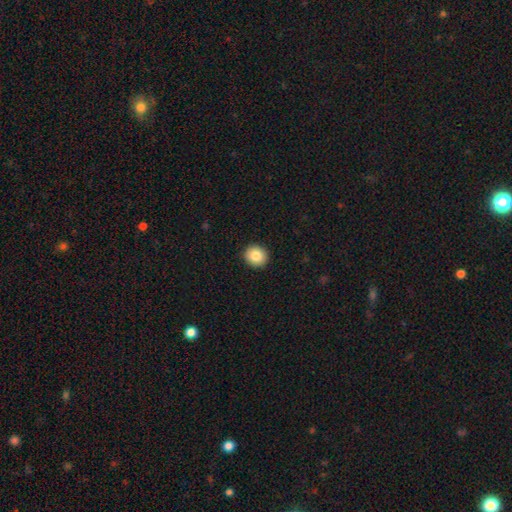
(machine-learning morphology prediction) Smooth or featured? smooth (85%)
How rounded? round (86%)
Merging? none (93%)